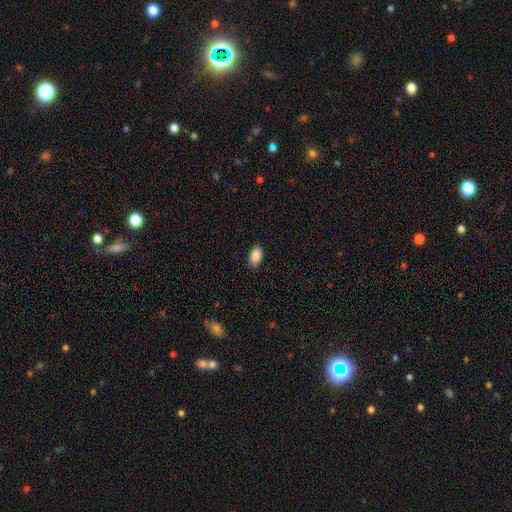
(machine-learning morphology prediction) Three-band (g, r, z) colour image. It shows a smooth galaxy with no disk features (89%) that is in between round and cigar-shaped (93%). Merging: none (87%).